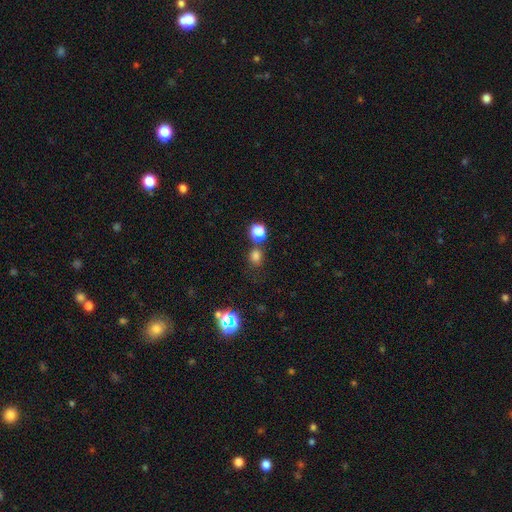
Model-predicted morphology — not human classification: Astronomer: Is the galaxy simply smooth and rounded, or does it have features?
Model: smooth — 75%.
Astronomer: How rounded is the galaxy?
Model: round — 69%.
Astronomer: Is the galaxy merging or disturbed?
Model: none — 65%.